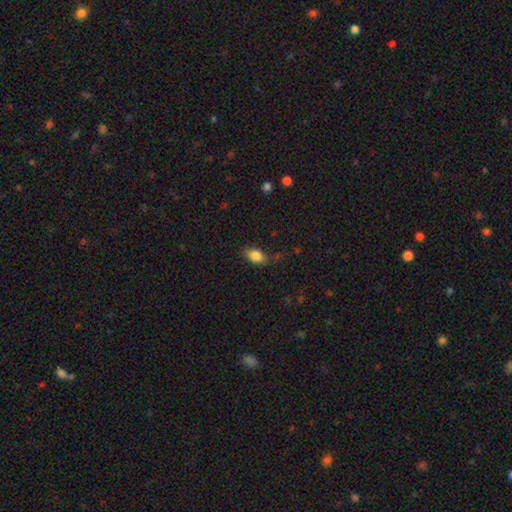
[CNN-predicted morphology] smooth 84%, star or artifact 9%, featured or disk 8%. Down the decision tree: how rounded — in between (85%); merging — none (74%).